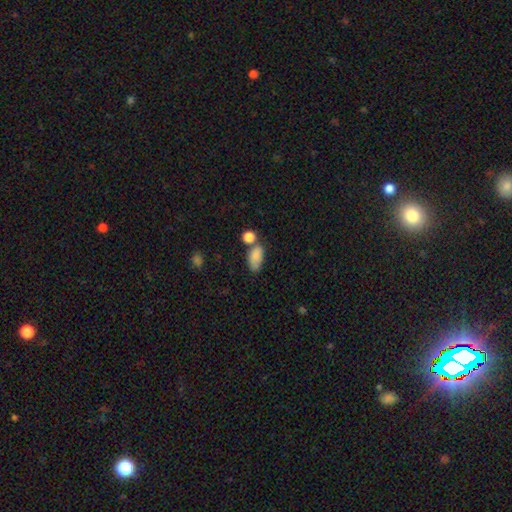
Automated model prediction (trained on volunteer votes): smooth_or_featured: smooth (p=0.84) [alt: star or artifact p=0.09]
how_rounded: in between (p=0.89) [alt: round p=0.07]
merging: none (p=0.49) [alt: merger p=0.24]